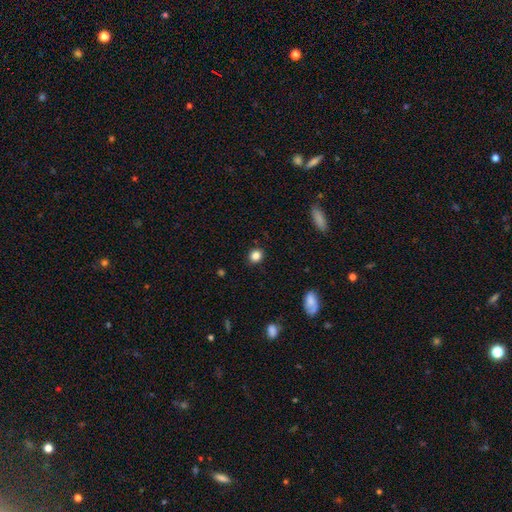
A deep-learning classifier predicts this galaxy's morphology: This is clearly a smooth galaxy (84%). How rounded: clearly round (82%). Merging: clearly none (90%).